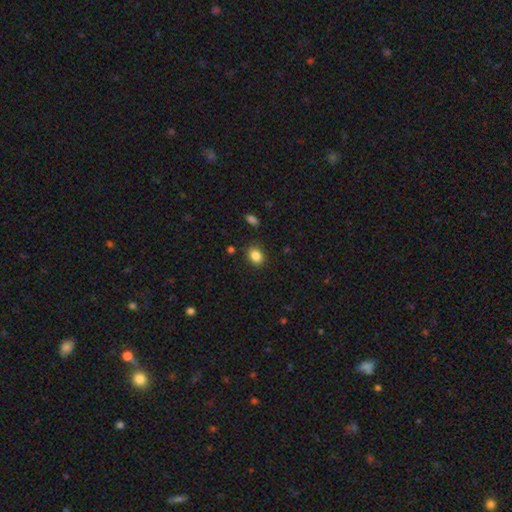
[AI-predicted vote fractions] Overall: smooth (85%). How rounded: in between (59%; round 40%). Merging: none (86%).